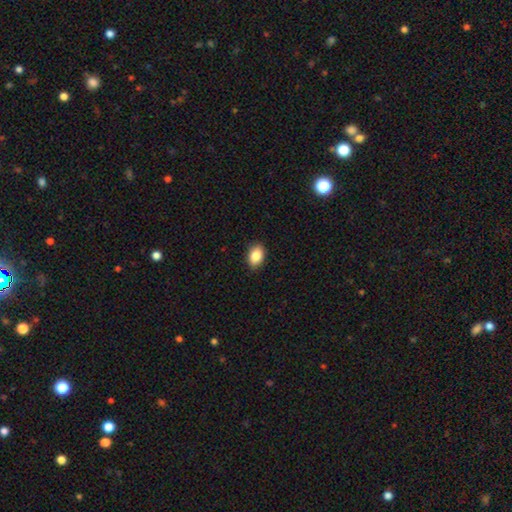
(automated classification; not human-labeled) smooth_or_featured: smooth (p=0.86) [alt: star or artifact p=0.08]
how_rounded: in between (p=0.80) [alt: round p=0.19]
merging: none (p=0.88) [alt: minor disturbance p=0.09]